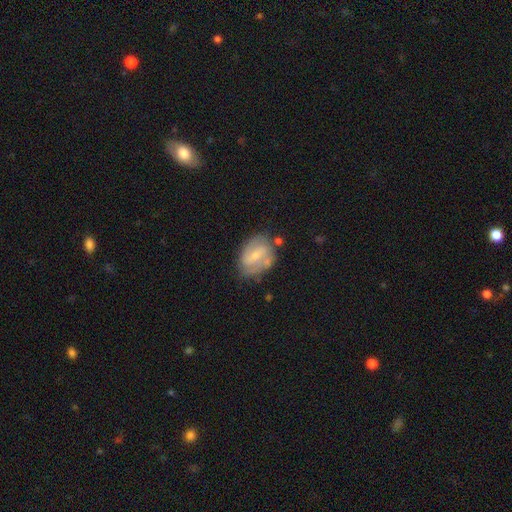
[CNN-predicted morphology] Smooth or featured? featured or disk (70%)
Edge-on disk? no (97%)
Bar? weak (54%)
Spiral arms? yes (87%)
Spiral winding? medium (47%)
Spiral arm count? 2 (77%)
Bulge size? small (57%)
Merging? none (65%)